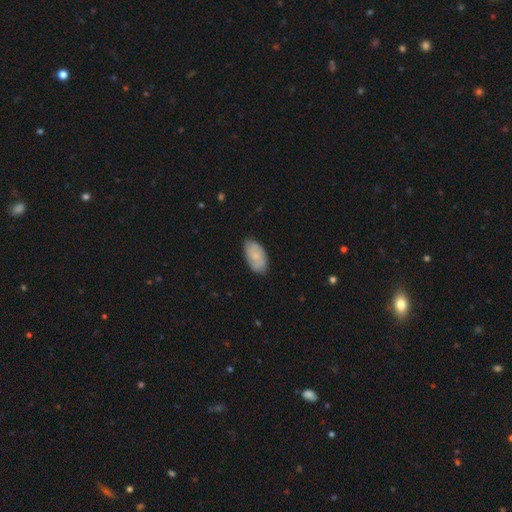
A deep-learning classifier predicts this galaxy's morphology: smooth 70%, featured or disk 24%, star or artifact 6%. Down the decision tree: how rounded — in between (94%); merging — none (82%).